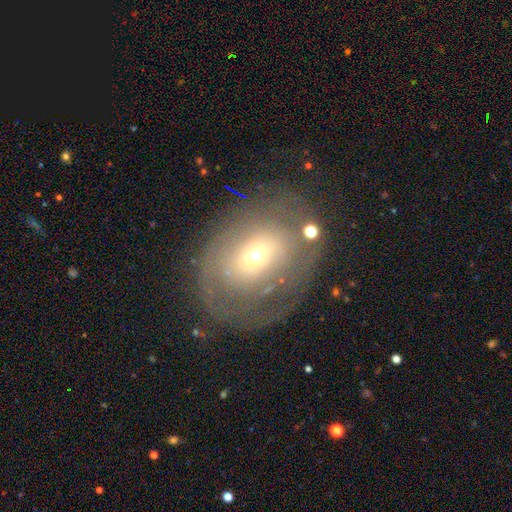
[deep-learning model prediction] Smooth or featured? Predicted: featured or disk (p=0.51). Edge-on disk? Predicted: no (p=0.94). Merging? Predicted: none (p=0.49).